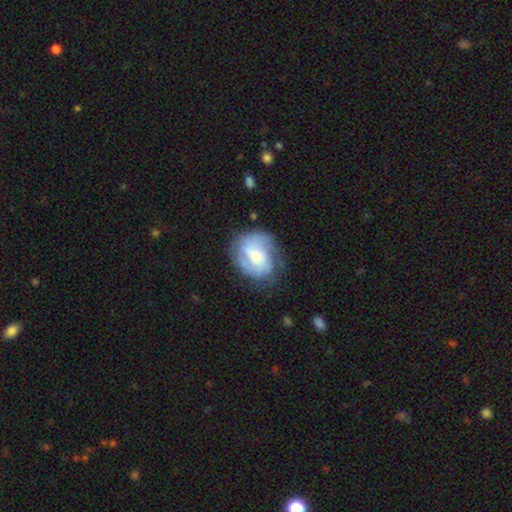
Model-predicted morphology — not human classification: Overall: featured or disk (63%; smooth 30%). Edge-on disk: no (98%). Bar: no (50%; weak 40%). Spiral arms: yes (83%). Spiral arm count: 2 (47%; can't tell 29%). Spiral winding: tight (43%; medium 40%). Bulge size: moderate (37%; small 31%). Merging: none (62%; minor disturbance 23%).